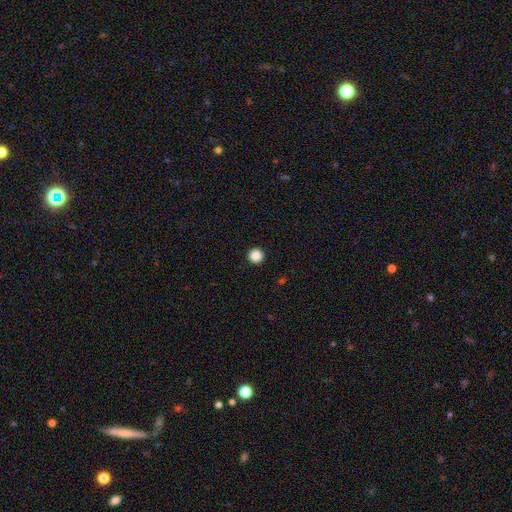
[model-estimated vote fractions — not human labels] smooth 87%, star or artifact 10%, featured or disk 3%. Down the decision tree: how rounded — round (97%); merging — none (94%).